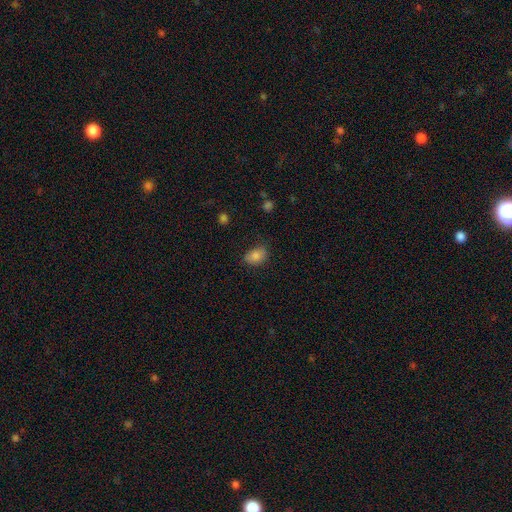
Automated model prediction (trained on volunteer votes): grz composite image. It shows a smooth galaxy with no disk features (83%) that is in between round and cigar-shaped (75%). Merging: none (71%).